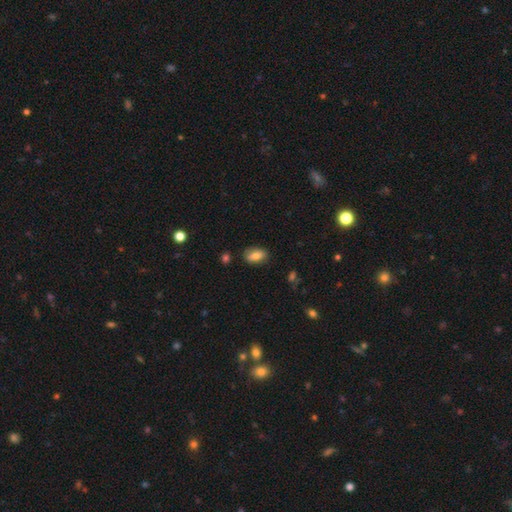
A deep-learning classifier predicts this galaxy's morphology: Smooth or featured?
  - smooth: 78% *
  - featured or disk: 14%
  - star or artifact: 8%
How rounded?
  - in between: 89% *
  - round: 7%
  - cigar-shaped: 5%
Merging?
  - none: 84% *
  - minor disturbance: 12%
  - major disturbance: 2%
  - merger: 2%